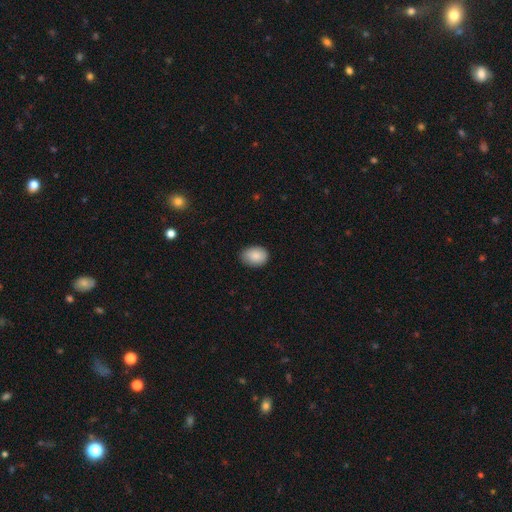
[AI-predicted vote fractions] A smooth galaxy with no disk features (88%) that is in between round and cigar-shaped (74%).

Vote fractions:
- Smooth or featured? smooth: 88% / star or artifact: 7% / featured or disk: 5%
- How rounded? in between: 74% / round: 25% / cigar-shaped: 1%
- Merging? none: 82% / minor disturbance: 15% / major disturbance: 2% / merger: 1%